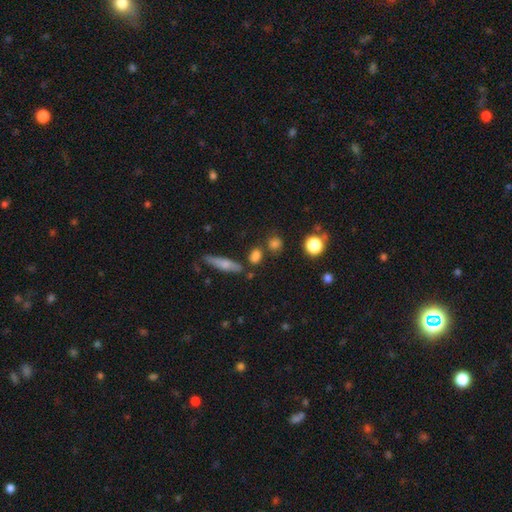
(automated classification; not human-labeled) A smooth galaxy with no disk features (76%) that is round (52%).

Vote fractions:
- Smooth or featured? smooth: 76% / star or artifact: 13% / featured or disk: 11%
- How rounded? round: 52% / in between: 35% / cigar-shaped: 13%
- Merging? none: 72% / minor disturbance: 13% / merger: 11% / major disturbance: 4%